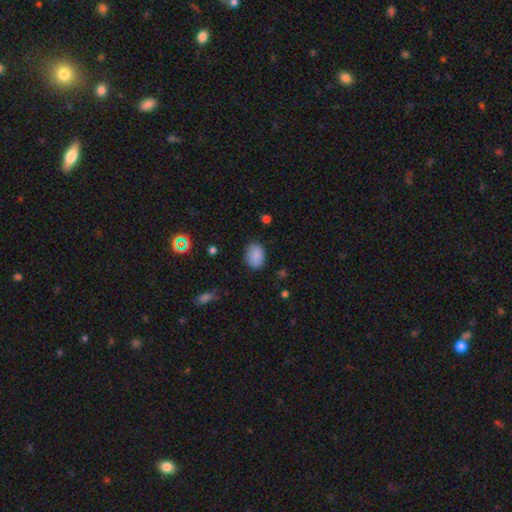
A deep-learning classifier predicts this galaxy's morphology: smooth 87%, star or artifact 9%, featured or disk 5%. Down the decision tree: how rounded — in between (80%); merging — none (81%).